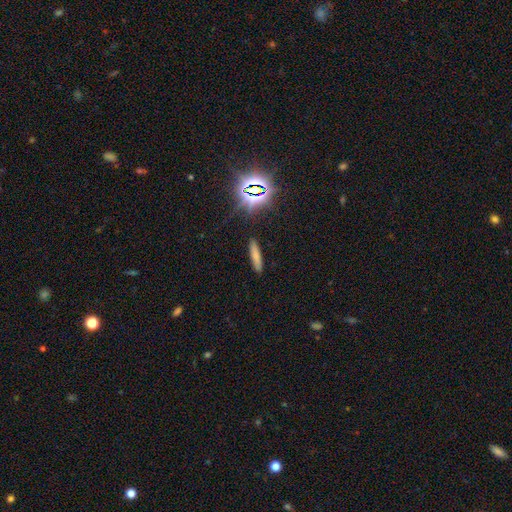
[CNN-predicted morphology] smooth_or_featured: smooth (p=0.70) [alt: star or artifact p=0.16]
how_rounded: cigar-shaped (p=0.83) [alt: in between p=0.15]
merging: none (p=0.88) [alt: minor disturbance p=0.08]